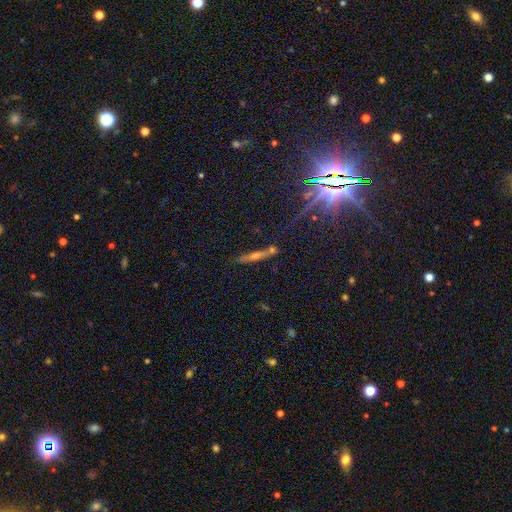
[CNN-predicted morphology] smooth_or_featured: featured or disk (p=0.47) [alt: smooth p=0.30]
merging: none (p=0.70) [alt: minor disturbance p=0.15]